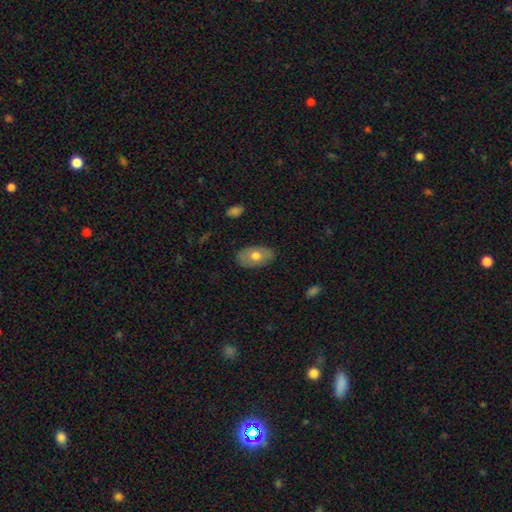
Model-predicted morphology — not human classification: This appears to be a smooth galaxy with no disk features (64%) that is in between round and cigar-shaped (91%). Merging: none (82%).